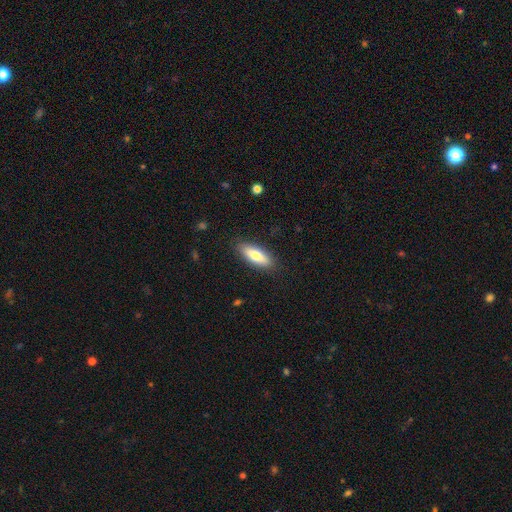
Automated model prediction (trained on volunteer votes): A smooth galaxy with no disk features (73%) that is in between round and cigar-shaped (60%).

Vote fractions:
- Smooth or featured? smooth: 73% / featured or disk: 21% / star or artifact: 6%
- How rounded? in between: 60% / cigar-shaped: 38% / round: 2%
- Merging? none: 87% / minor disturbance: 10% / major disturbance: 2% / merger: 1%